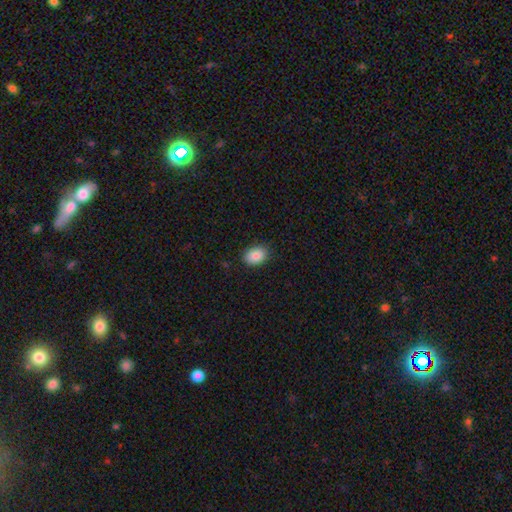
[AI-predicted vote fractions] Smooth or featured? Predicted: smooth (p=0.86). How rounded? Predicted: in between (p=0.69). Merging? Predicted: none (p=0.87).